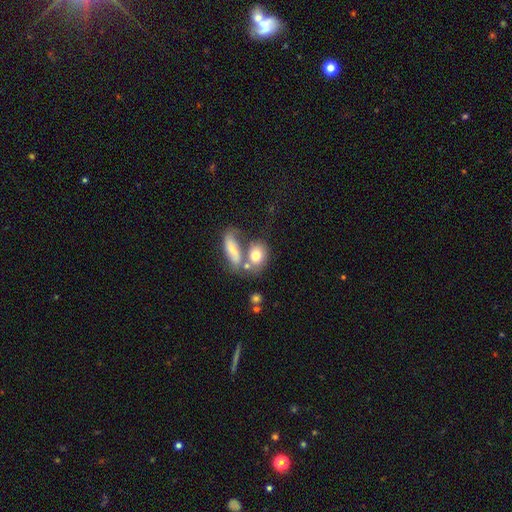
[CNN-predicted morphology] Overall: smooth (74%). How rounded: in between (63%; round 32%). Merging: merger (45%; none 37%).